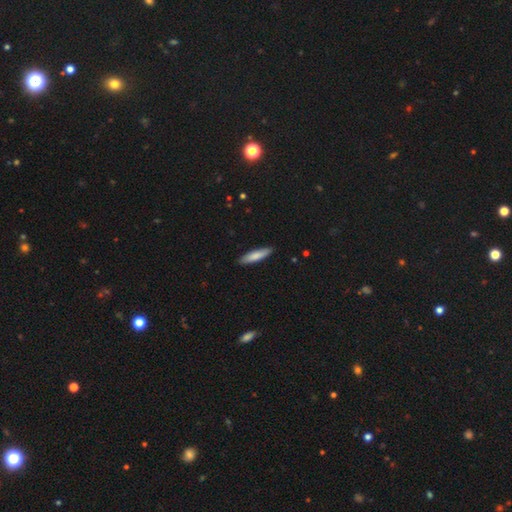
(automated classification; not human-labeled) This appears to be a smooth galaxy with no disk features (80%) that is cigar-shaped (77%). Merging: none (89%).